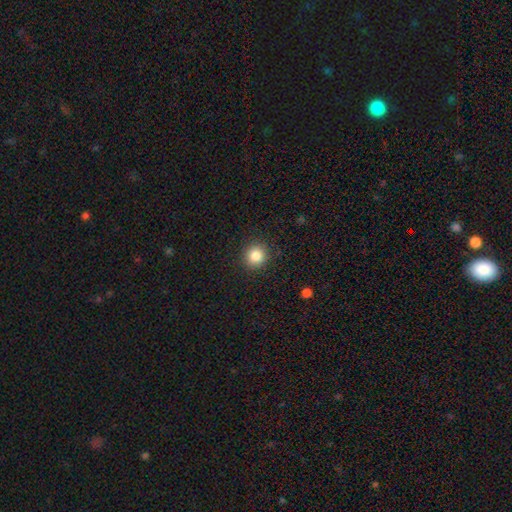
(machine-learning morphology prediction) Smooth or featured? smooth (84%)
How rounded? round (91%)
Merging? none (90%)